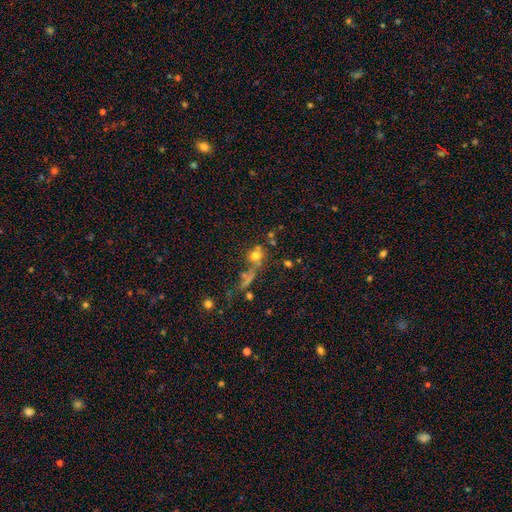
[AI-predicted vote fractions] A smooth galaxy with no disk features (62%) that is round (81%). Merging: none (48%).